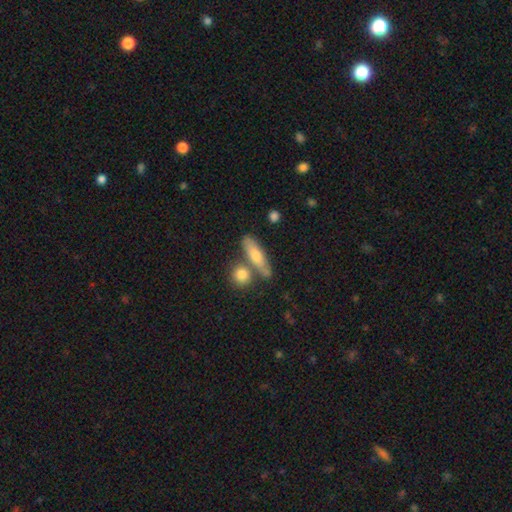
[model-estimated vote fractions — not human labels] Q: Smooth or featured?
A: smooth (62%); runner-up: featured or disk (31%)
Q: How rounded?
A: cigar-shaped (59%); runner-up: in between (35%)
Q: Merging?
A: none (65%); runner-up: merger (19%)